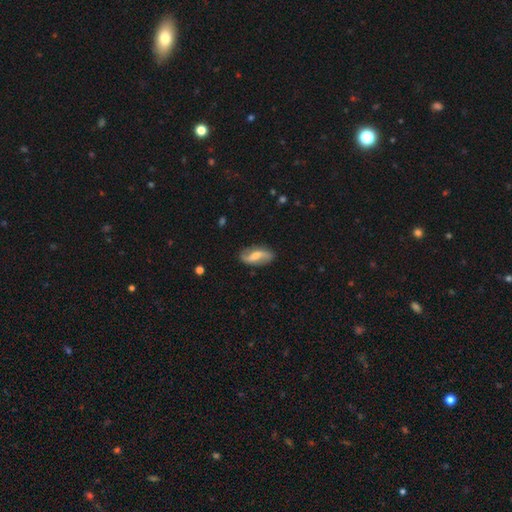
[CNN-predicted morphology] Overall: featured or disk (68%). Edge-on disk: no (93%). Bar: weak (43%; strong 29%). Spiral arms: yes (90%). Spiral arm count: 2 (91%). Spiral winding: loose (73%). Bulge size: moderate (52%; small 34%). Merging: none (83%).